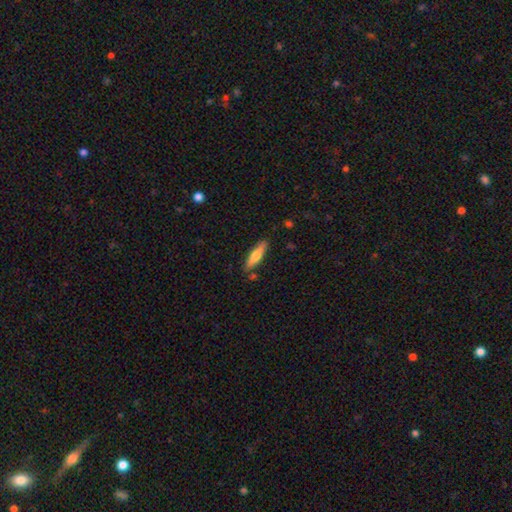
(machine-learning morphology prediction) Overall: smooth (61%; featured or disk 33%). How rounded: cigar-shaped (72%). Merging: none (83%).